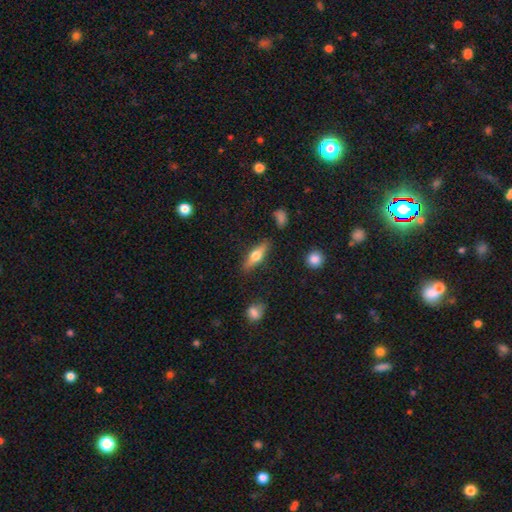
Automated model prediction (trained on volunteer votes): This is possibly a featured or disk galaxy (48%). Merging: clearly none (84%).